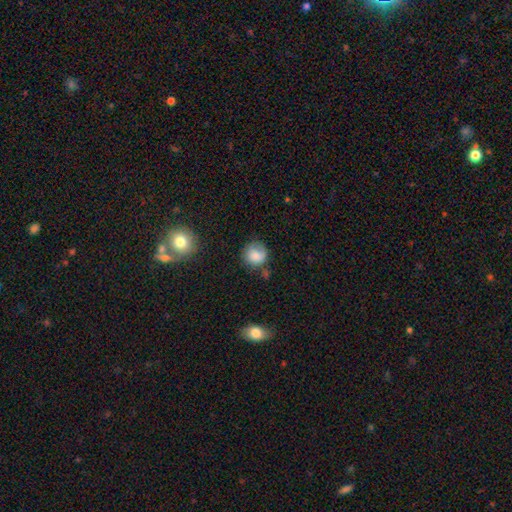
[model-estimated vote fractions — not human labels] This appears to be a smooth galaxy with no disk features (79%) that is round (88%). Merging: none (66%).